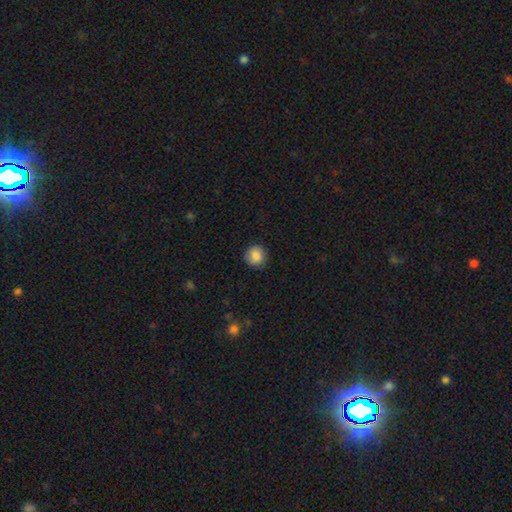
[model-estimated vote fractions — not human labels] Smooth or featured? smooth (87%)
How rounded? round (89%)
Merging? none (87%)